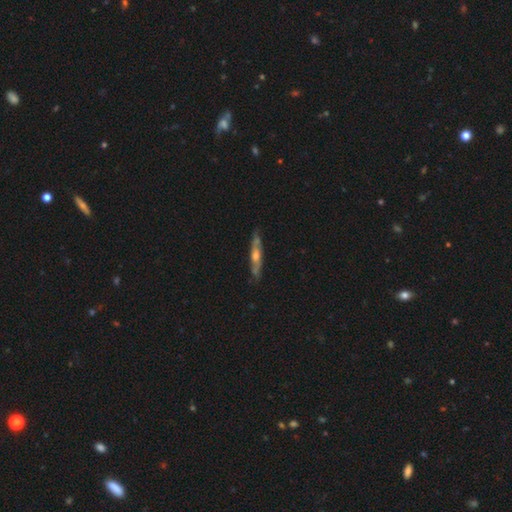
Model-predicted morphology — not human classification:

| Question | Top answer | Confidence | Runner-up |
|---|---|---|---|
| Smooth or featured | featured or disk | 65% | smooth (29%) |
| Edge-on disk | yes | 72% | no (28%) |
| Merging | none | 77% | minor disturbance (18%) |